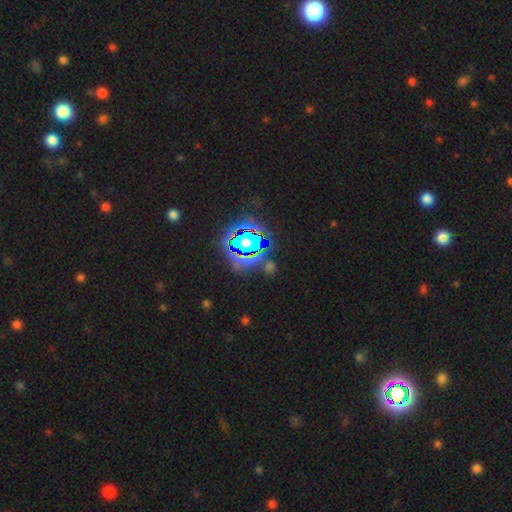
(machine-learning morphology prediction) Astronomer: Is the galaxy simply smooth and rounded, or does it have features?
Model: star or artifact — 83%.